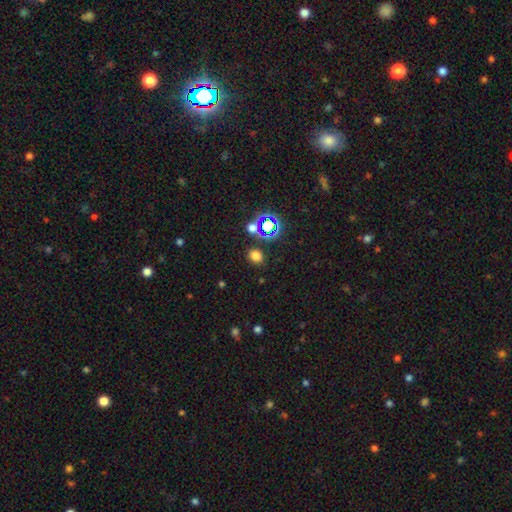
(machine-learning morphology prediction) Overall: smooth (70%). How rounded: round (63%; in between 36%). Merging: none (83%).